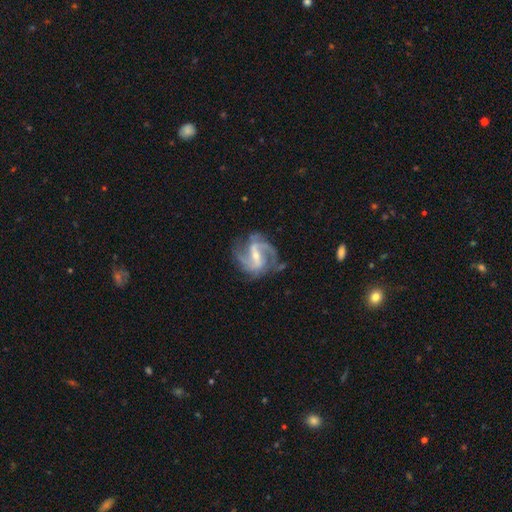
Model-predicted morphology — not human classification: Smooth or featured: featured or disk — 90% (star or artifact — 5%)
Edge-on disk: no — 97% (yes — 3%)
Bar: strong — 49% (weak — 39%)
Spiral arms: yes — 97% (no — 3%)
Spiral winding: medium — 53% (loose — 26%)
Spiral arm count: 2 — 51% (3 — 25%)
Bulge size: small — 59% (moderate — 36%)
Merging: none — 69% (minor disturbance — 19%)